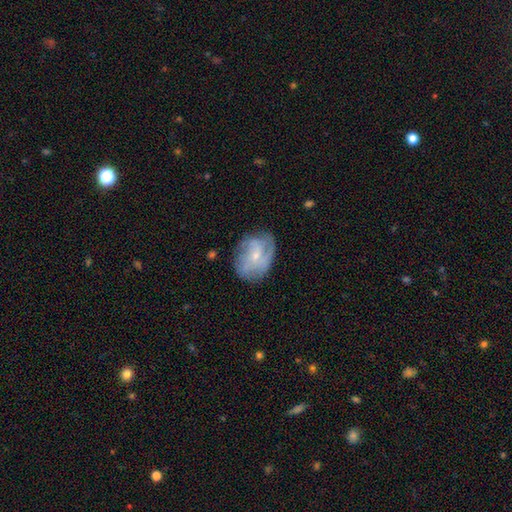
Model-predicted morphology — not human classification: type=featured or disk (67%); edge-on=no (97%); bar=no (58%); spiral arms=yes (82%); winding=medium (43%); arm count=can't tell (32%); bulge=small (71%); merging=none (64%).